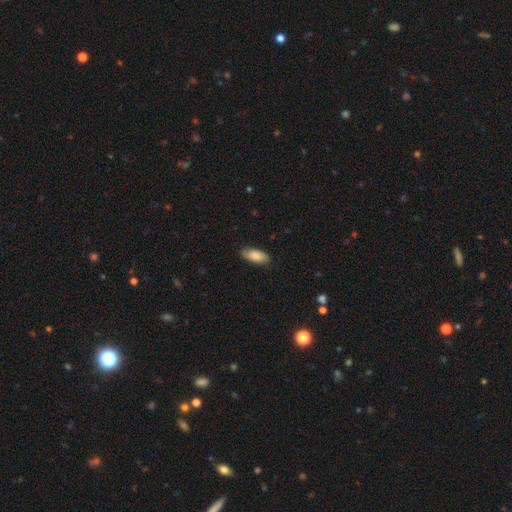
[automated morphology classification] Overall: smooth (80%). How rounded: in between (88%). Merging: none (85%).